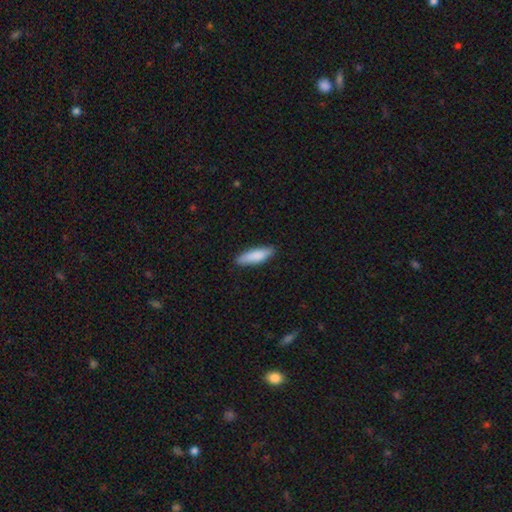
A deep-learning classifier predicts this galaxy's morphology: This appears to be a smooth galaxy with no disk features (86%) that is cigar-shaped (58%). Merging: none (86%).